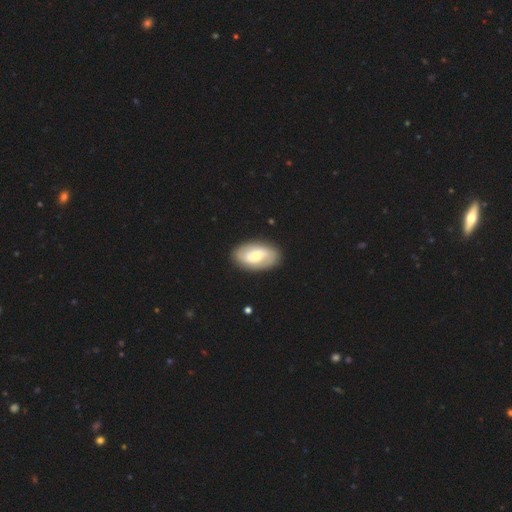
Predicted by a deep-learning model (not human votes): Morphology: type=featured or disk (54%); edge-on=no (94%); bar=no (46%); spiral arms=yes (70%); bulge=moderate (61%); merging=none (86%).